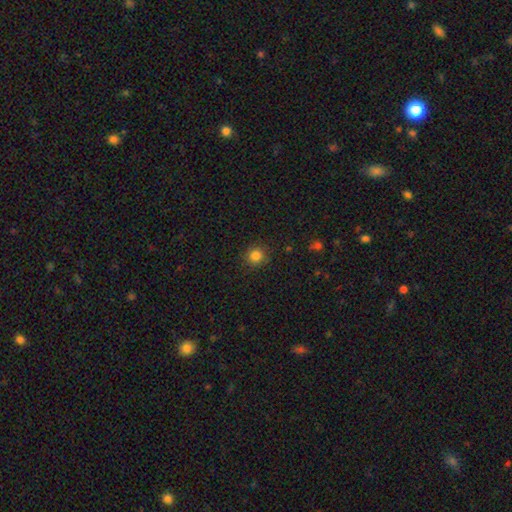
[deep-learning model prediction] Smooth or featured: smooth — 84% (star or artifact — 12%)
How rounded: round — 92% (in between — 7%)
Merging: none — 88% (minor disturbance — 9%)